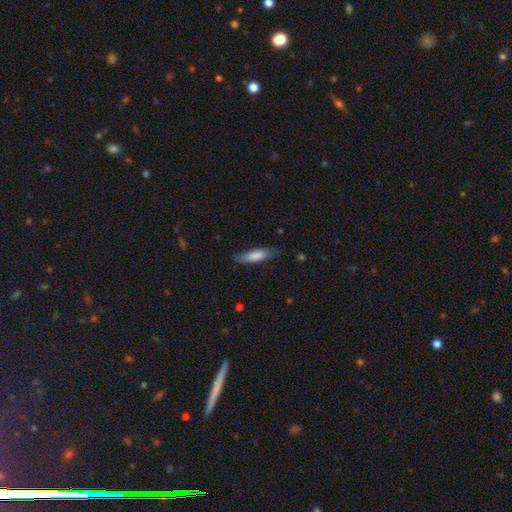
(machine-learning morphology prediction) Smooth or featured? Predicted: smooth (p=0.77). How rounded? Predicted: cigar-shaped (p=0.58). Merging? Predicted: none (p=0.76).